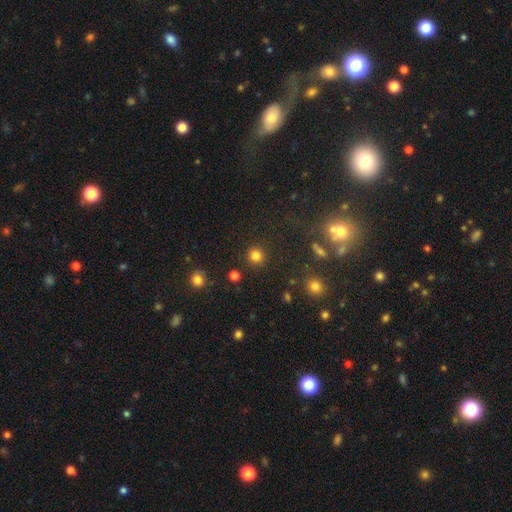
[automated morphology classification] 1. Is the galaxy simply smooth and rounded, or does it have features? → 80% smooth, 15% star or artifact, 5% featured or disk.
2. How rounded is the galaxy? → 93% round, 6% in between, 1% cigar-shaped.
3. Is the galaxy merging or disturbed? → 90% none, 5% minor disturbance, 2% major disturbance, 2% merger.